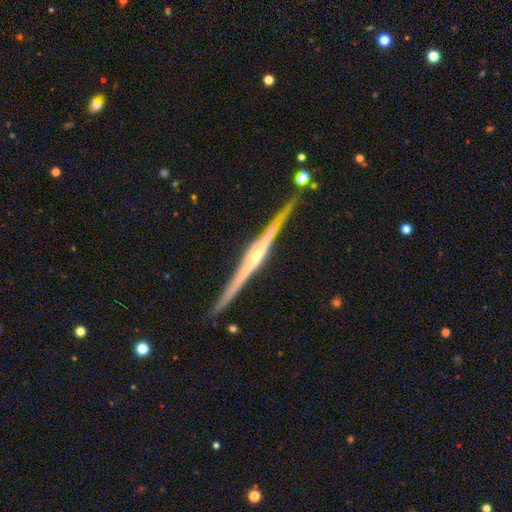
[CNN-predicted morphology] smooth-or-featured: featured or disk: 89% | smooth: 6% | star or artifact: 5%
  disk-edge-on: yes: 99% | no: 1%
    edge-on-bulge: rounded: 74% | none: 13% | boxy: 13%
  merging: none: 88% | minor disturbance: 8% | merger: 2% | major disturbance: 2%